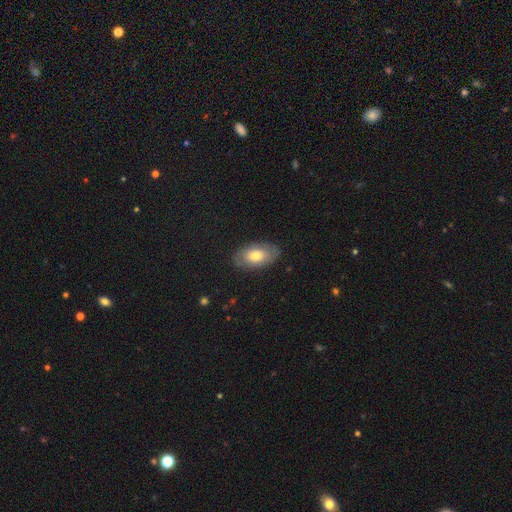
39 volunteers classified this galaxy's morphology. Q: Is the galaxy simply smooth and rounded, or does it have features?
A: smooth — 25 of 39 (64%).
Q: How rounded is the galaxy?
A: in between — 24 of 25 (96%).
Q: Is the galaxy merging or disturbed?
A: none — 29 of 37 (78%).